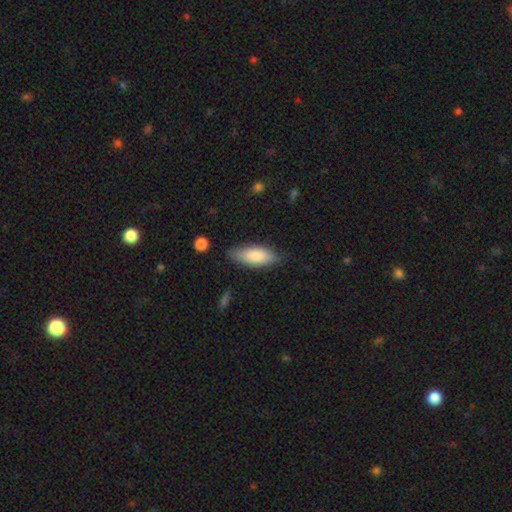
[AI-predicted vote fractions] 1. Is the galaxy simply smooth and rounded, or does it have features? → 82% smooth, 12% featured or disk, 6% star or artifact.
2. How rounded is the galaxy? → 74% in between, 24% cigar-shaped, 2% round.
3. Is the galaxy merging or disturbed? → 77% none, 18% minor disturbance, 3% major disturbance, 2% merger.